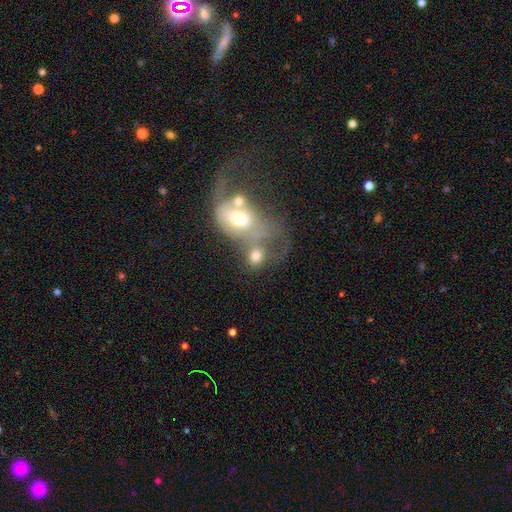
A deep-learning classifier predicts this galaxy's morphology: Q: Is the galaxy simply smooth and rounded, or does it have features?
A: smooth — 67%.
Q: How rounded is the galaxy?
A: in between — 54%.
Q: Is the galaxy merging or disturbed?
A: merger — 51%.